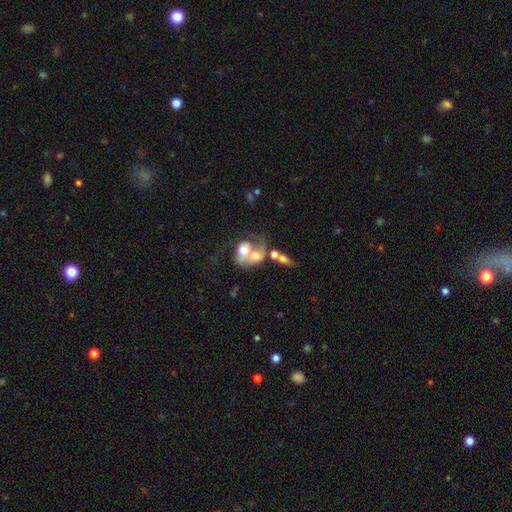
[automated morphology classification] type=smooth (48%); merging=merger (71%).